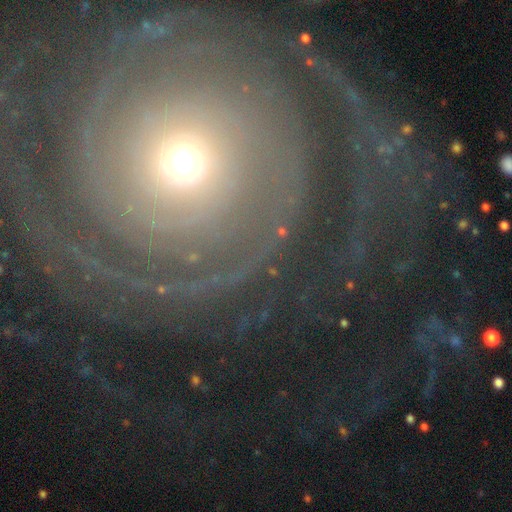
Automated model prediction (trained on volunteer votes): smooth_or_featured: featured or disk (p=0.84) [alt: star or artifact p=0.08]
disk_edge_on: no (p=0.97) [alt: yes p=0.03]
bar: no (p=0.80) [alt: weak p=0.13]
has_spiral_arms: yes (p=0.94) [alt: no p=0.06]
spiral_winding: tight (p=0.74) [alt: medium p=0.18]
spiral_arm_count: 2 (p=0.36) [alt: can't tell p=0.21]
bulge_size: small (p=0.58) [alt: moderate p=0.36]
merging: none (p=0.73) [alt: major disturbance p=0.14]